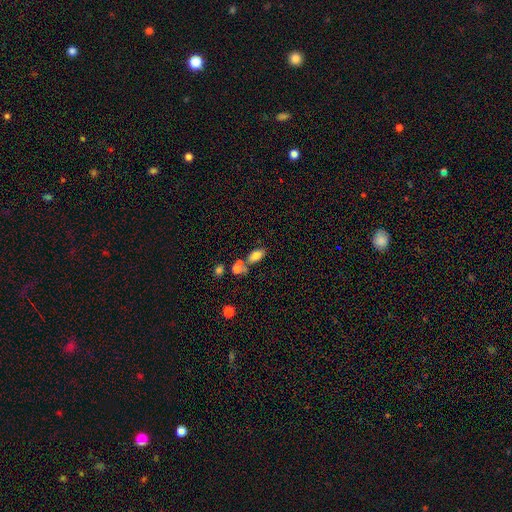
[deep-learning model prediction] Smooth or featured? Predicted: smooth (p=0.78). How rounded? Predicted: in between (p=0.88). Merging? Predicted: none (p=0.55).